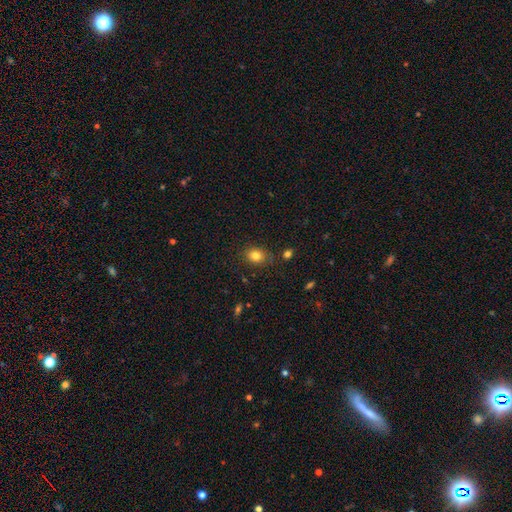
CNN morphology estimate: A smooth galaxy with no disk features (82%) that is in between round and cigar-shaped (54%). Merging: none (81%).